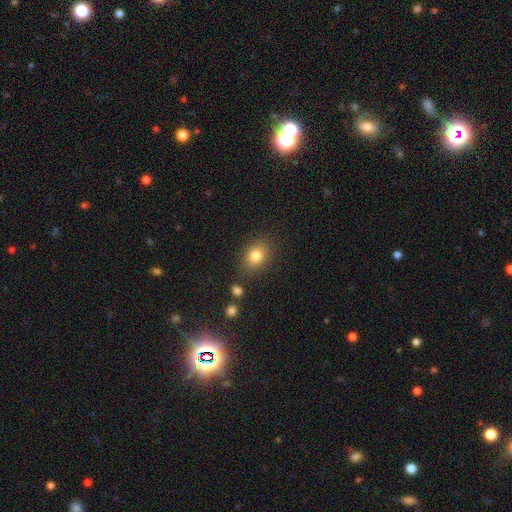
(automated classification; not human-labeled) A smooth galaxy with no disk features (81%) that is in between round and cigar-shaped (59%).

Vote fractions:
- Smooth or featured? smooth: 81% / star or artifact: 11% / featured or disk: 8%
- How rounded? in between: 59% / round: 40% / cigar-shaped: 1%
- Merging? none: 83% / minor disturbance: 11% / major disturbance: 3% / merger: 3%